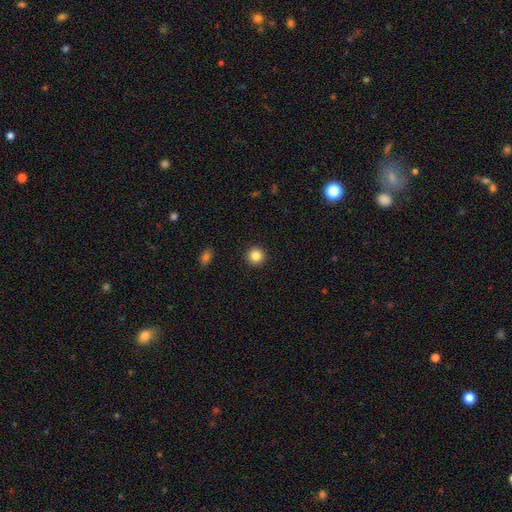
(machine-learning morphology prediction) smooth 85%, star or artifact 11%, featured or disk 5%. Down the decision tree: how rounded — round (96%); merging — none (93%).